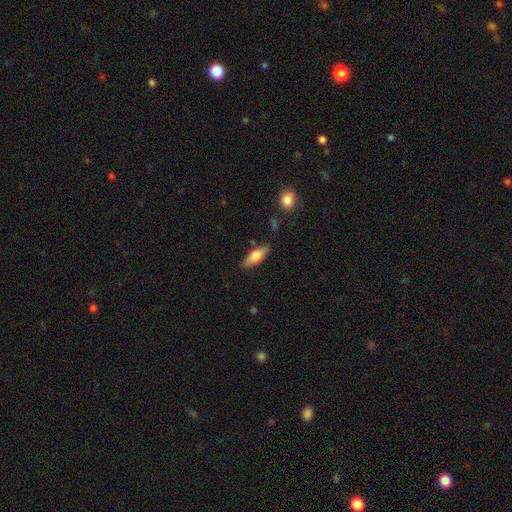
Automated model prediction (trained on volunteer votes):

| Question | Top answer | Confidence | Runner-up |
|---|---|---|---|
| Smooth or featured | smooth | 67% | featured or disk (26%) |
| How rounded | in between | 60% | cigar-shaped (38%) |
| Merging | none | 80% | minor disturbance (14%) |